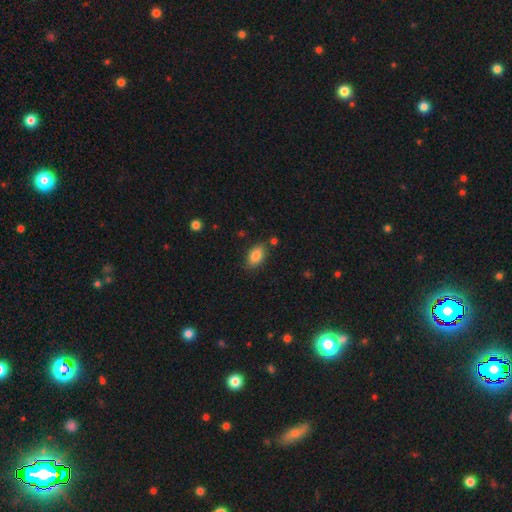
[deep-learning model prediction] smooth_or_featured: smooth (p=0.84) [alt: featured or disk p=0.08]
how_rounded: in between (p=0.89) [alt: round p=0.07]
merging: none (p=0.81) [alt: minor disturbance p=0.13]